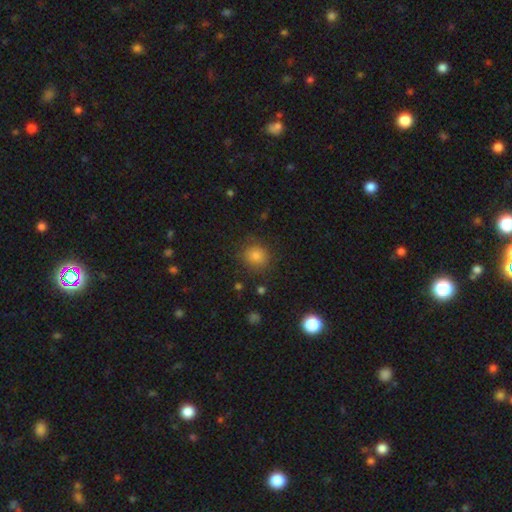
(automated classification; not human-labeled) Smooth or featured?
  - smooth: 80% *
  - star or artifact: 13%
  - featured or disk: 7%
How rounded?
  - round: 86% *
  - in between: 13%
  - cigar-shaped: 1%
Merging?
  - none: 83% *
  - minor disturbance: 11%
  - major disturbance: 4%
  - merger: 1%